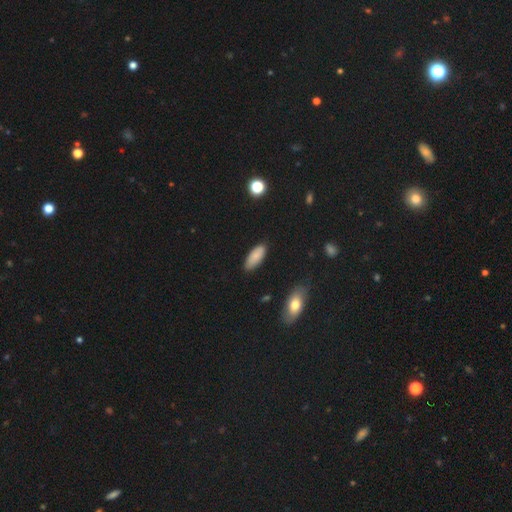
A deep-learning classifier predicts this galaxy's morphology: Overall: smooth (83%). How rounded: in between (83%). Merging: none (85%).